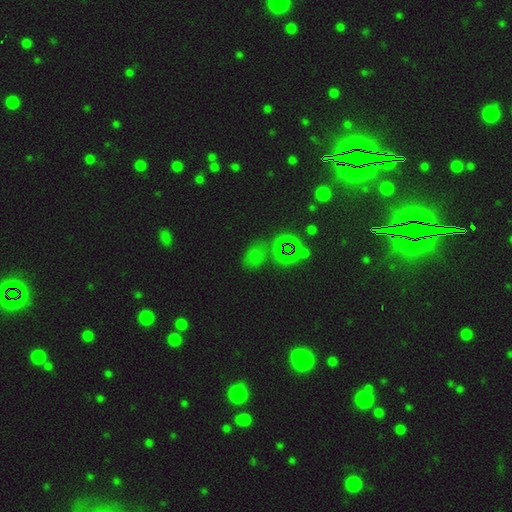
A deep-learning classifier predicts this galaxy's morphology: Smooth or featured: star or artifact — 47% (smooth — 45%)